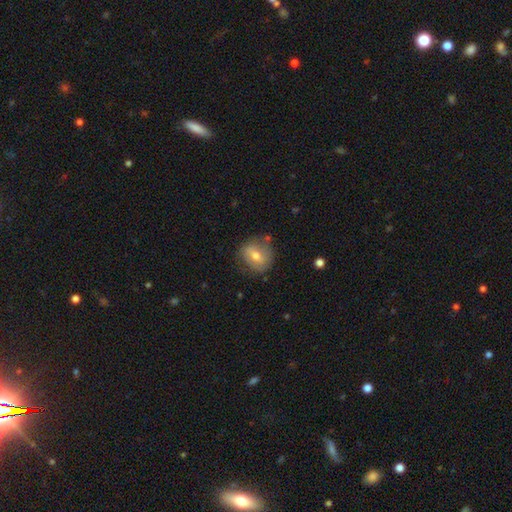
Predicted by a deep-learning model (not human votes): A smooth galaxy with no disk features (58%) that is round (69%).

Vote fractions:
- Smooth or featured? smooth: 58% / featured or disk: 33% / star or artifact: 9%
- How rounded? round: 69% / in between: 30% / cigar-shaped: 1%
- Merging? none: 72% / minor disturbance: 19% / major disturbance: 6% / merger: 3%